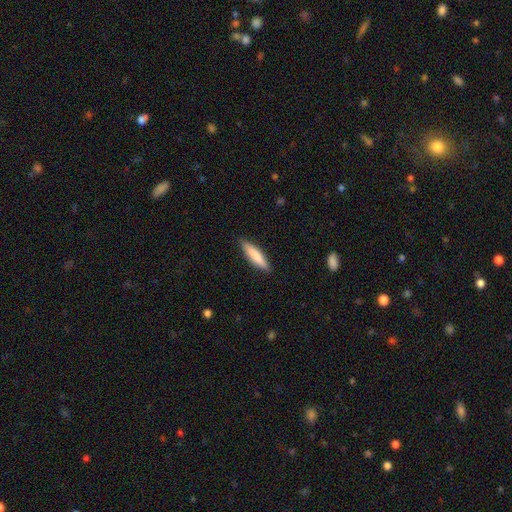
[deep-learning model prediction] Smooth or featured? smooth (77%)
How rounded? cigar-shaped (78%)
Merging? none (87%)